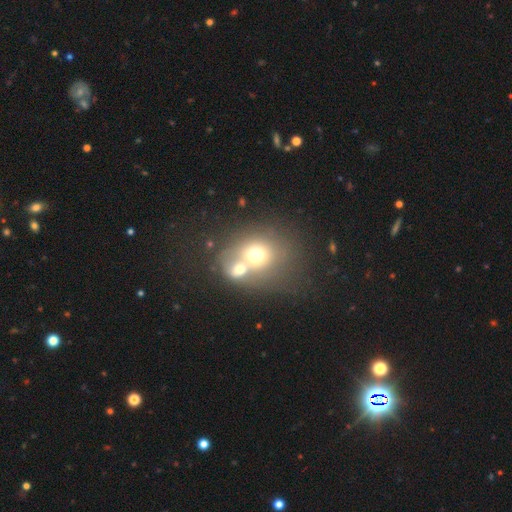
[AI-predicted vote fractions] A smooth galaxy with no disk features (63%) that is round (66%). Merging: merger (65%).